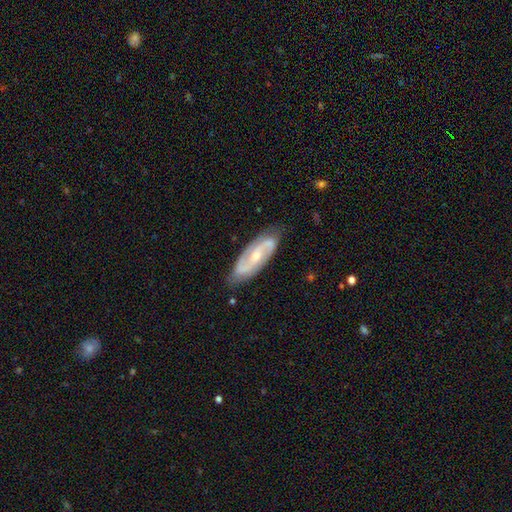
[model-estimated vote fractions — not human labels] Smooth or featured?
  - featured or disk: 84% *
  - smooth: 11%
  - star or artifact: 5%
Edge-on disk?
  - no: 93% *
  - yes: 7%
Bar?
  - weak: 42% *
  - no: 37%
  - strong: 21%
Spiral arms?
  - yes: 96% *
  - no: 4%
Spiral winding?
  - medium: 50% *
  - tight: 30%
  - loose: 20%
Spiral arm count?
  - 2: 90% *
  - can't tell: 5%
  - 1: 1%
  - 3: 1%
  - 4: 1%
  - more than 4: 1%
Bulge size?
  - small: 51% *
  - moderate: 42%
  - none: 4%
  - large: 2%
  - dominant: 1%
Merging?
  - none: 83% *
  - minor disturbance: 13%
  - major disturbance: 3%
  - merger: 1%